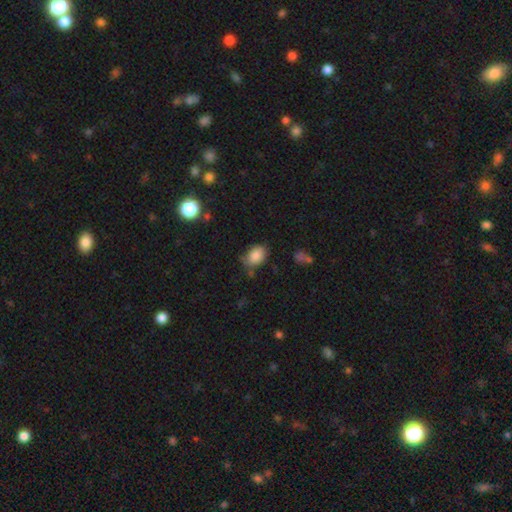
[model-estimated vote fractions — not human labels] smooth-or-featured: smooth: 85% | star or artifact: 9% | featured or disk: 6%
  how-rounded: in between: 79% | round: 20% | cigar-shaped: 1%
  merging: none: 65% | minor disturbance: 25% | major disturbance: 6% | merger: 4%